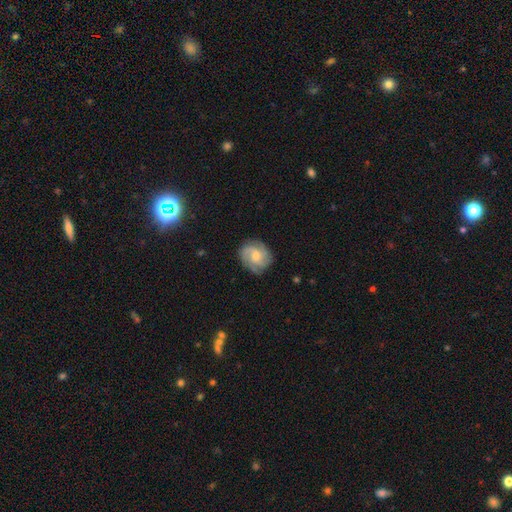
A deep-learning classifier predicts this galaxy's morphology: This is likely a featured or disk galaxy (77%). It is clearly not viewed edge-on (98%). Bar: likely no (63%). Spiral arm pattern: clearly yes (96%). Spiral arm count: possibly 3 (48%). Spiral winding: possibly tight (46%). Central bulge: possibly moderate (51%). Merging: clearly none (81%).